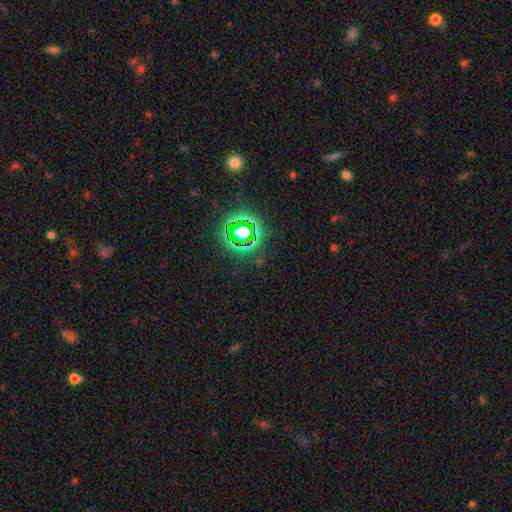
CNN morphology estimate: Overall: star or artifact (77%).